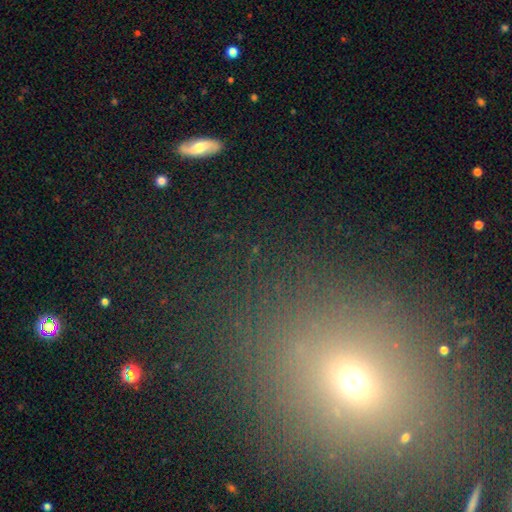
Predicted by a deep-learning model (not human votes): smooth_or_featured: smooth (p=0.44) [alt: star or artifact p=0.43]
merging: none (p=0.83) [alt: minor disturbance p=0.08]